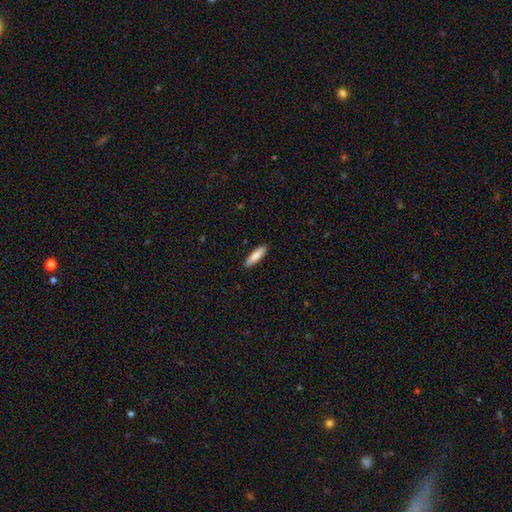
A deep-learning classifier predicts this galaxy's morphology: The model was most divided on "how rounded": cigar-shaped: 74%, in between: 24%, round: 1%. More confident: merging — none (90%); smooth or featured — smooth (82%).